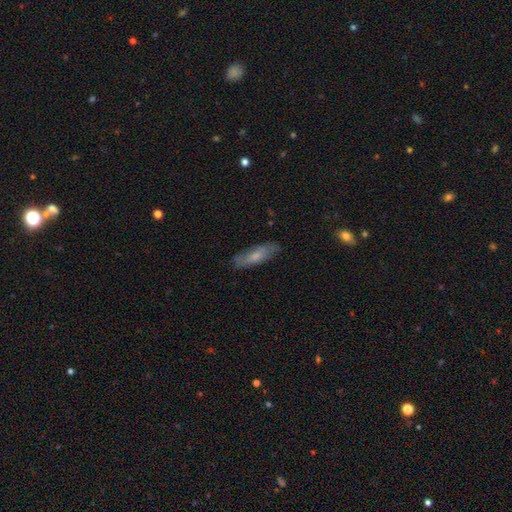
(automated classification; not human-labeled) smooth 61%, featured or disk 32%, star or artifact 7%. Down the decision tree: how rounded — cigar-shaped (52%); merging — none (78%).